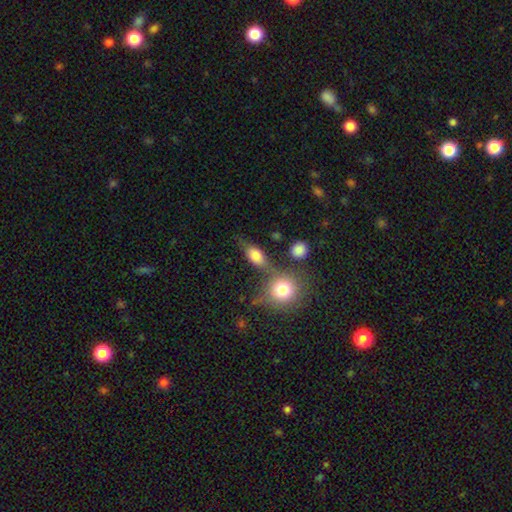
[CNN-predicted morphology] type=smooth (72%); roundness=in between (71%); merging=none (51%).